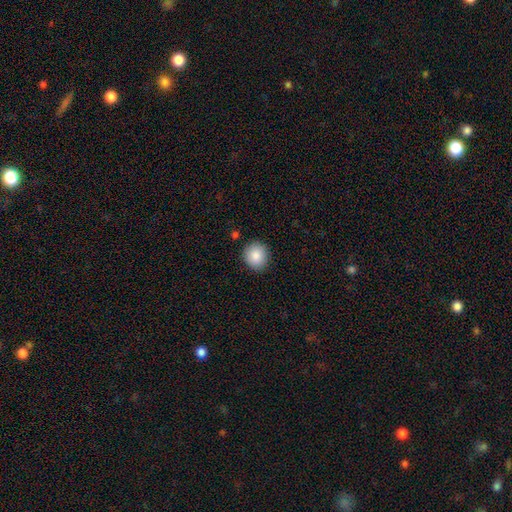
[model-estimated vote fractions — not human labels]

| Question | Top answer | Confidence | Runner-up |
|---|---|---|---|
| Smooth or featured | smooth | 86% | star or artifact (8%) |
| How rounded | round | 85% | in between (14%) |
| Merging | none | 89% | minor disturbance (8%) |